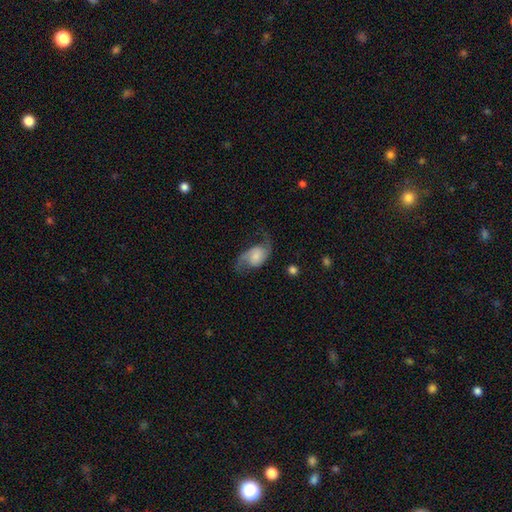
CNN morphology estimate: A featured or disk galaxy (69%) with no bar (63%), 2 (89%) loose (60%) spiral arms (93%) and a small central bulge (36%). Merging: none (58%).